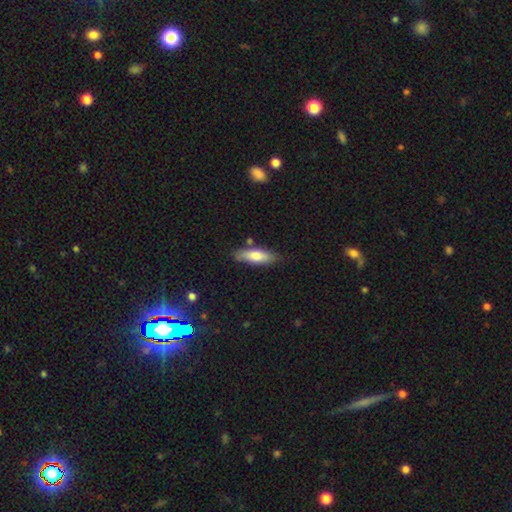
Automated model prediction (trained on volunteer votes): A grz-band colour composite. It shows a smooth galaxy with no disk features (73%) that is in between round and cigar-shaped (51%). Merging: none (78%).